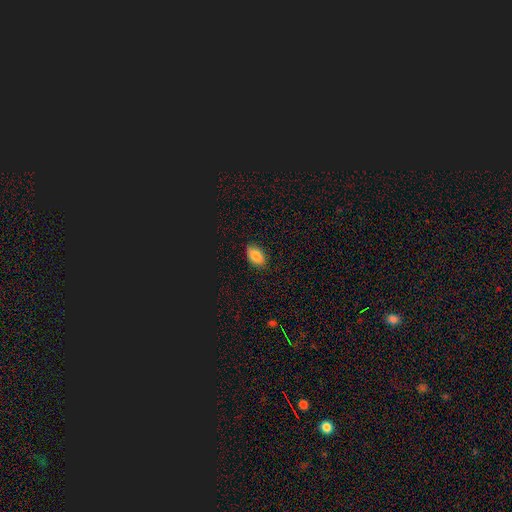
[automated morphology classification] The model was most divided on "smooth or featured": smooth: 85%, star or artifact: 9%, featured or disk: 6%. More confident: how rounded — in between (92%); merging — none (87%).